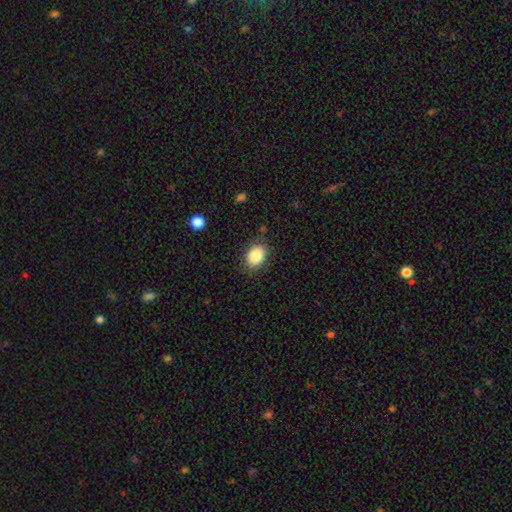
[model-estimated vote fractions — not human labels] smooth-or-featured: smooth: 85% | star or artifact: 8% | featured or disk: 7%
  how-rounded: in between: 65% | round: 35% | cigar-shaped: 1%
  merging: none: 82% | minor disturbance: 13% | major disturbance: 3% | merger: 2%